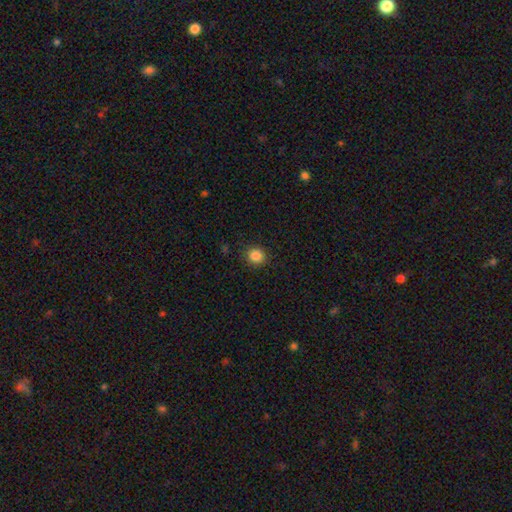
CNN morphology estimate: smooth_or_featured: smooth (p=0.86) [alt: star or artifact p=0.11]
how_rounded: round (p=0.86) [alt: in between p=0.13]
merging: none (p=0.89) [alt: minor disturbance p=0.08]